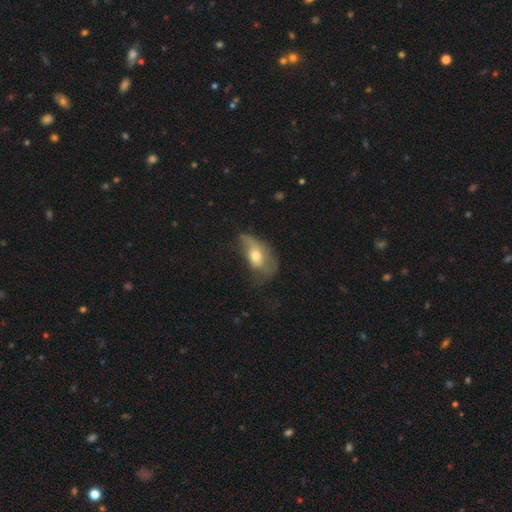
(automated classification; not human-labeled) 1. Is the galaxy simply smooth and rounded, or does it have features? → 55% smooth, 36% featured or disk, 9% star or artifact.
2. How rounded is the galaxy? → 84% in between, 11% round, 5% cigar-shaped.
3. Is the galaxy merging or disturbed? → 41% major disturbance, 31% minor disturbance, 25% none, 3% merger.